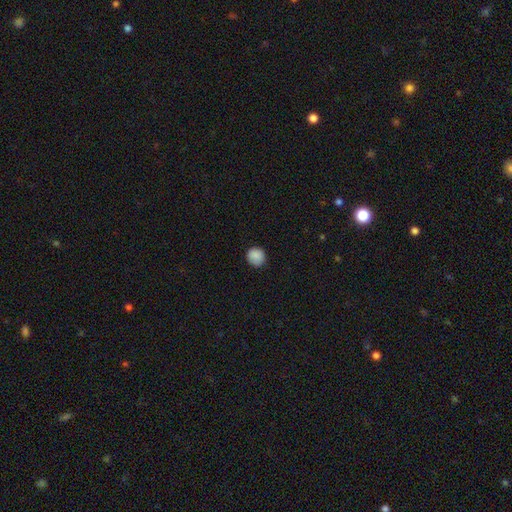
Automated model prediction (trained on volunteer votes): Smooth or featured?
  - smooth: 88% *
  - star or artifact: 9%
  - featured or disk: 4%
How rounded?
  - round: 87% *
  - in between: 12%
  - cigar-shaped: 1%
Merging?
  - none: 84% *
  - minor disturbance: 12%
  - major disturbance: 2%
  - merger: 1%